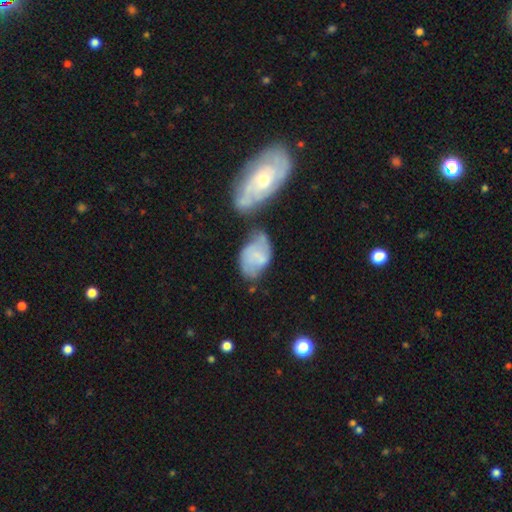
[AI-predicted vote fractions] Smooth or featured: featured or disk — 52% (smooth — 39%)
Edge-on disk: no — 96% (yes — 4%)
Bar: no — 50% (weak — 39%)
Spiral arms: yes — 71% (no — 29%)
Bulge size: none — 41% (small — 39%)
Merging: none — 35% (merger — 30%)